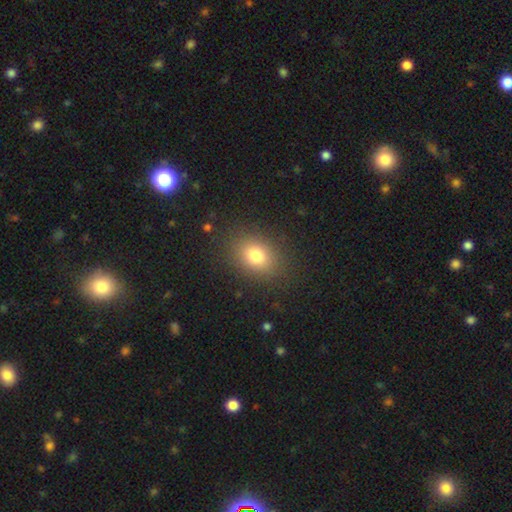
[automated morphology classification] The model was most divided on "how rounded": in between: 62%, round: 37%, cigar-shaped: 1%. More confident: merging — none (86%); smooth or featured — smooth (78%).